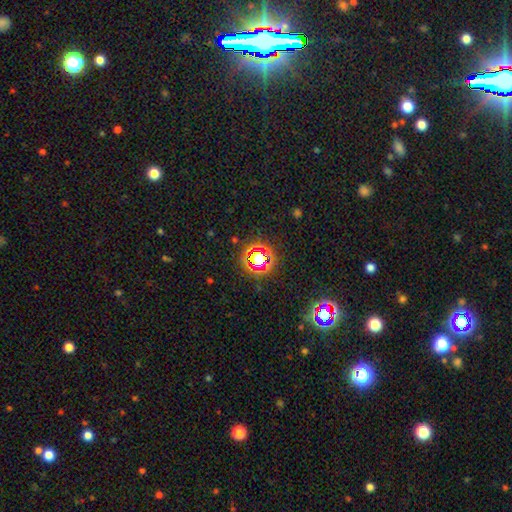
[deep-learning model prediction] The model was most divided on "smooth or featured": star or artifact: 63%, smooth: 26%, featured or disk: 11%.